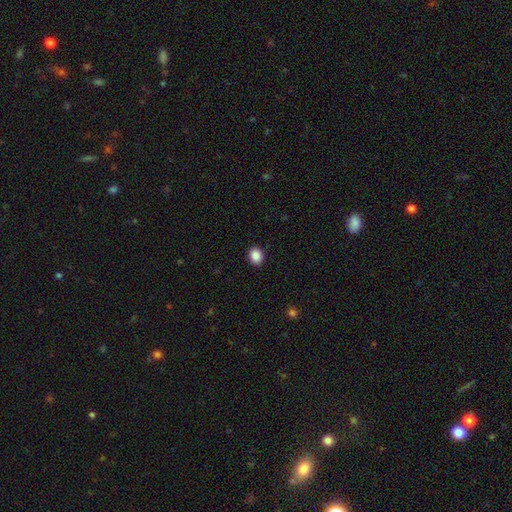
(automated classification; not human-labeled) Smooth or featured?
  - smooth: 88% *
  - star or artifact: 9%
  - featured or disk: 4%
How rounded?
  - round: 50% *
  - in between: 49%
  - cigar-shaped: 1%
Merging?
  - none: 91% *
  - minor disturbance: 6%
  - major disturbance: 2%
  - merger: 1%